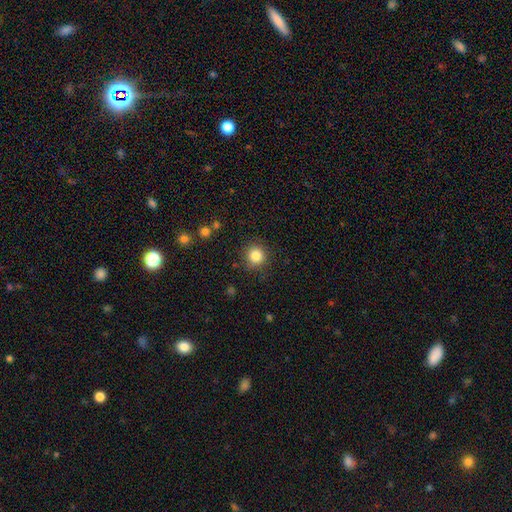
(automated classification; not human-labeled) This is clearly a smooth galaxy (84%). How rounded: clearly round (92%). Merging: clearly none (86%).